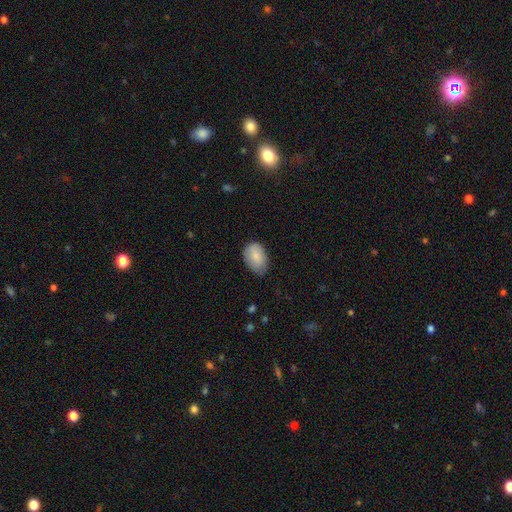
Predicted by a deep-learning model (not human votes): The model was most divided on "merging": none: 62%, minor disturbance: 31%, major disturbance: 6%, merger: 1%. More confident: how rounded — in between (89%); smooth or featured — smooth (82%).